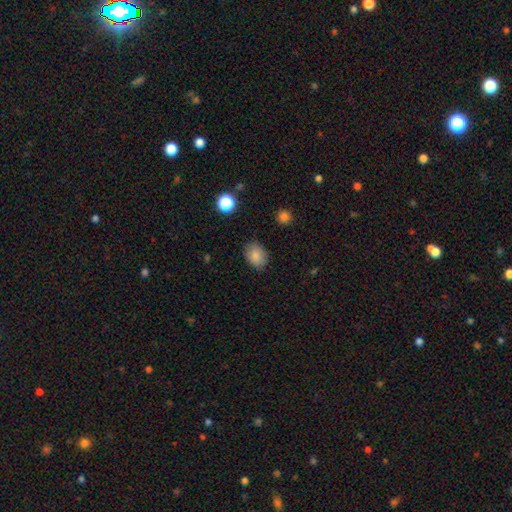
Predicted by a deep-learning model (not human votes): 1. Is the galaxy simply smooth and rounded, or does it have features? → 85% smooth, 9% star or artifact, 6% featured or disk.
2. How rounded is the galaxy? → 72% in between, 27% round, 1% cigar-shaped.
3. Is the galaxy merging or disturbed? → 82% none, 13% minor disturbance, 3% major disturbance, 1% merger.